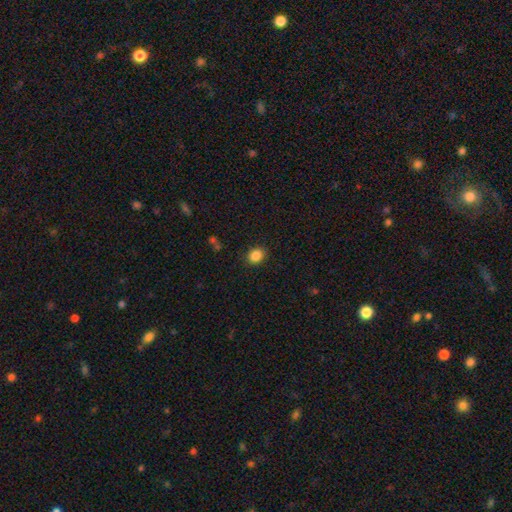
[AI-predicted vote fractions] The model was most divided on "how rounded": round: 55%, in between: 44%, cigar-shaped: 1%. More confident: merging — none (88%); smooth or featured — smooth (86%).